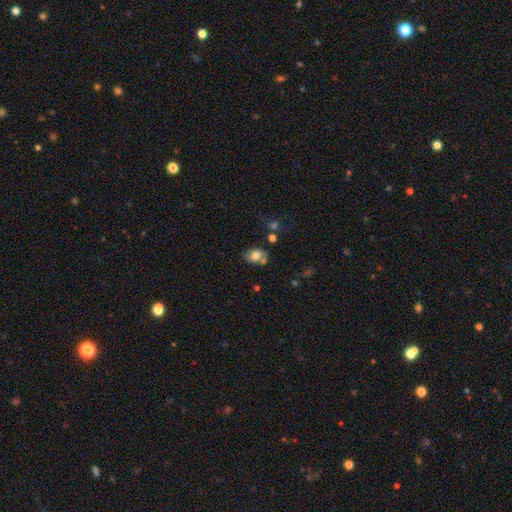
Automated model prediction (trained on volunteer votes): smooth 77%, featured or disk 14%, star or artifact 10%. Down the decision tree: how rounded — in between (67%); merging — none (59%).